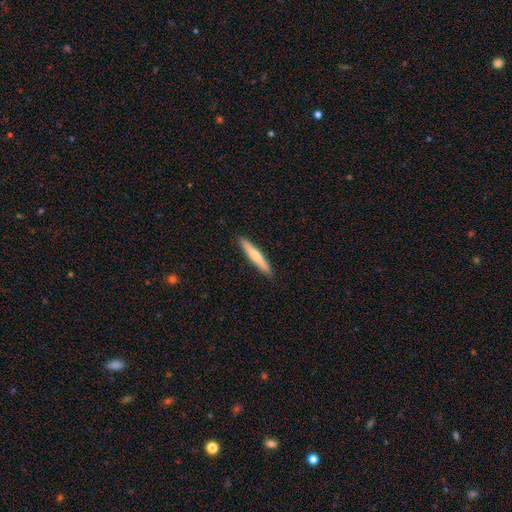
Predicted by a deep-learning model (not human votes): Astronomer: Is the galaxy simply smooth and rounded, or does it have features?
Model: smooth — 61%.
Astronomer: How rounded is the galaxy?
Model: cigar-shaped — 94%.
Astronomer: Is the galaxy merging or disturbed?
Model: none — 91%.